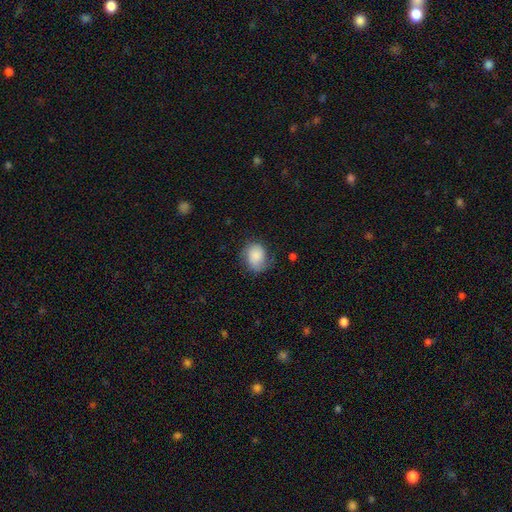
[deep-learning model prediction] This is likely a smooth galaxy (70%). How rounded: possibly round (54%). Merging: possibly none (58%).